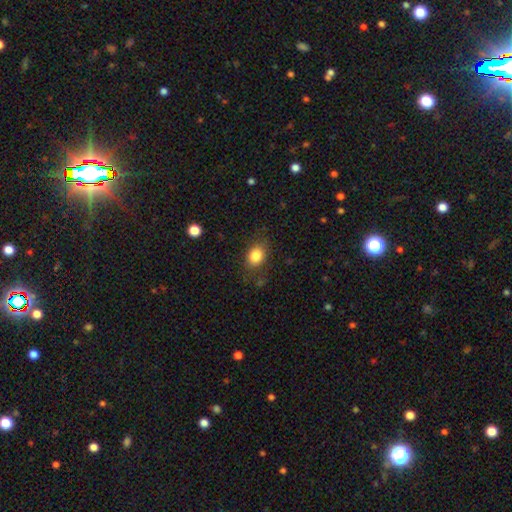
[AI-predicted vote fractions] Smooth or featured? smooth (83%)
How rounded? in between (59%)
Merging? none (79%)